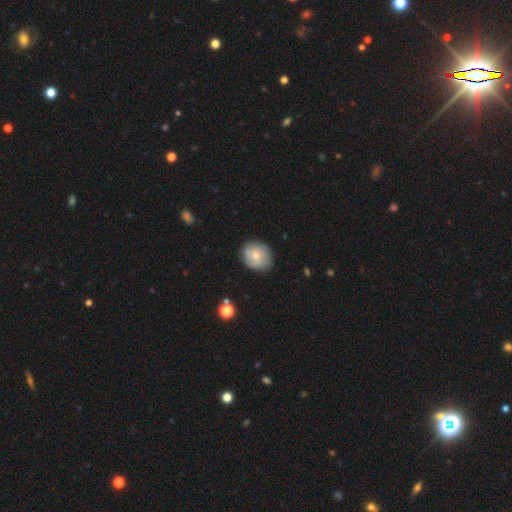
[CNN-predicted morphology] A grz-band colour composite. It shows a smooth galaxy with no disk features (60%) that is round (68%). Merging: none (79%).